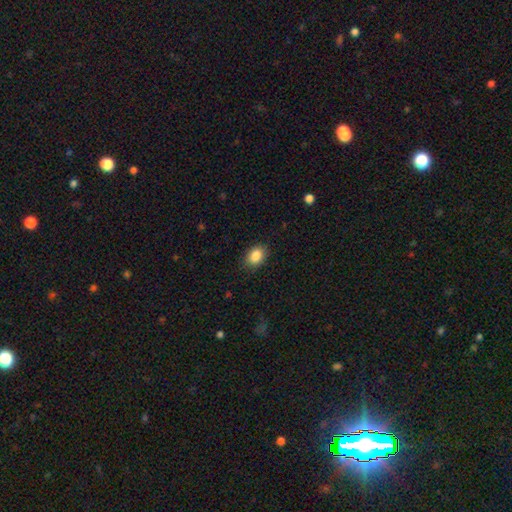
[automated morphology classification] Overall: smooth (87%). How rounded: in between (69%; round 30%). Merging: none (84%).